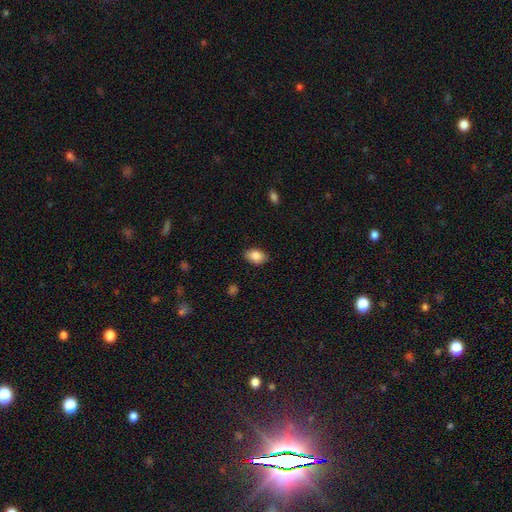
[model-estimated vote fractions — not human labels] smooth-or-featured: smooth: 85% | featured or disk: 8% | star or artifact: 7%
  how-rounded: in between: 85% | round: 14% | cigar-shaped: 1%
  merging: none: 86% | minor disturbance: 10% | major disturbance: 2% | merger: 1%